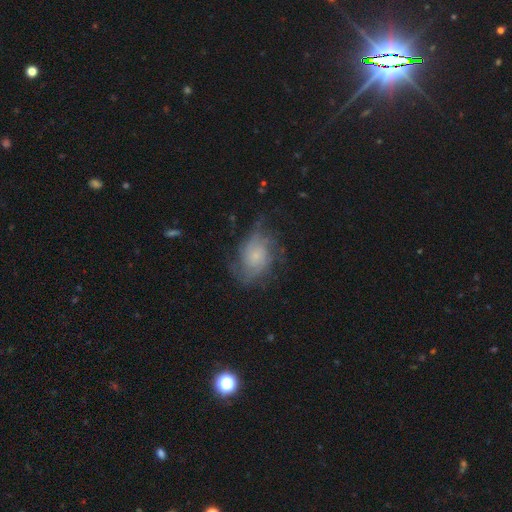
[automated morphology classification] Overall: featured or disk (68%). Edge-on disk: no (97%). Bar: no (77%). Spiral arms: yes (88%). Spiral arm count: can't tell (39%; 2 26%). Spiral winding: medium (41%; tight 36%). Bulge size: small (55%; moderate 22%). Merging: none (57%; minor disturbance 23%).